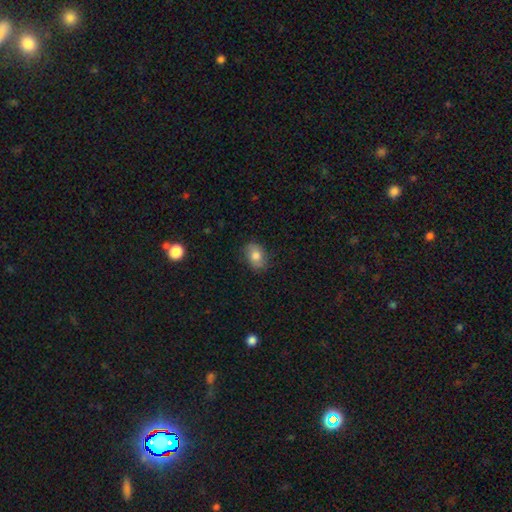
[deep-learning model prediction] Smooth or featured? smooth (79%)
How rounded? in between (76%)
Merging? none (81%)